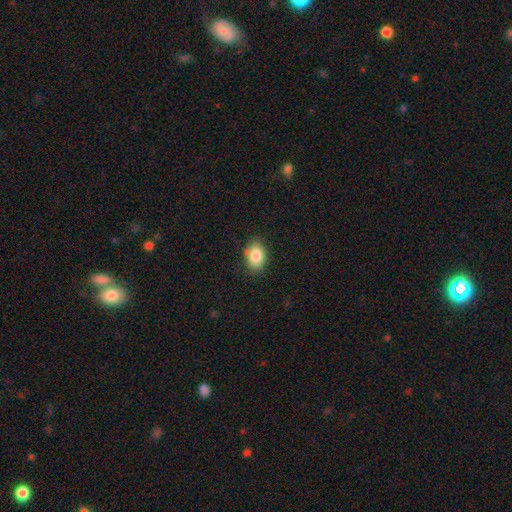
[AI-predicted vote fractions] smooth 86%, star or artifact 8%, featured or disk 6%. Down the decision tree: how rounded — in between (81%); merging — none (84%).